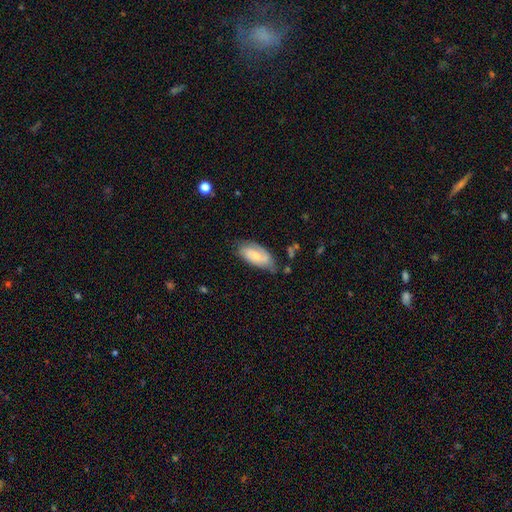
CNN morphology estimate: This is possibly a smooth galaxy (52%). How rounded: clearly in between (90%). Merging: possibly none (58%).